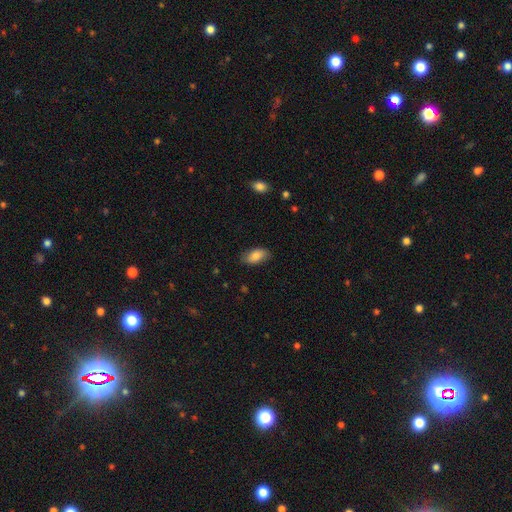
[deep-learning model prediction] Q: Smooth or featured?
A: smooth (82%); runner-up: featured or disk (11%)
Q: How rounded?
A: in between (93%); runner-up: round (4%)
Q: Merging?
A: none (81%); runner-up: minor disturbance (15%)